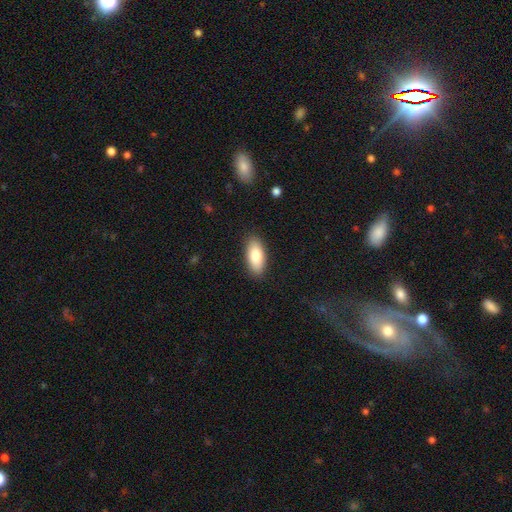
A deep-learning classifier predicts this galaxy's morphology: This appears to be a smooth galaxy with no disk features (82%) that is in between round and cigar-shaped (88%). Merging: none (88%).